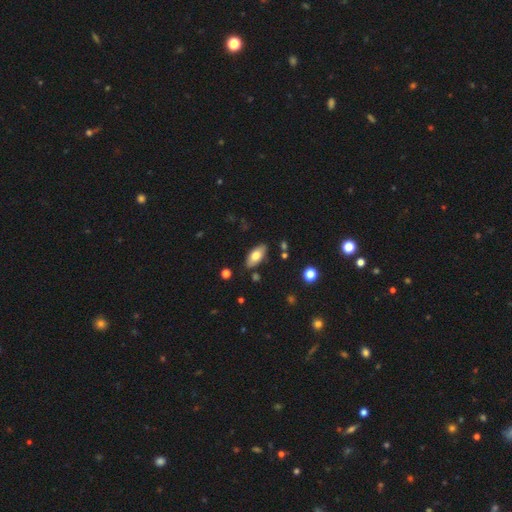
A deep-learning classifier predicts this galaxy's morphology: The model was most divided on "smooth or featured": smooth: 71%, featured or disk: 22%, star or artifact: 7%. More confident: how rounded — in between (88%); merging — none (84%).